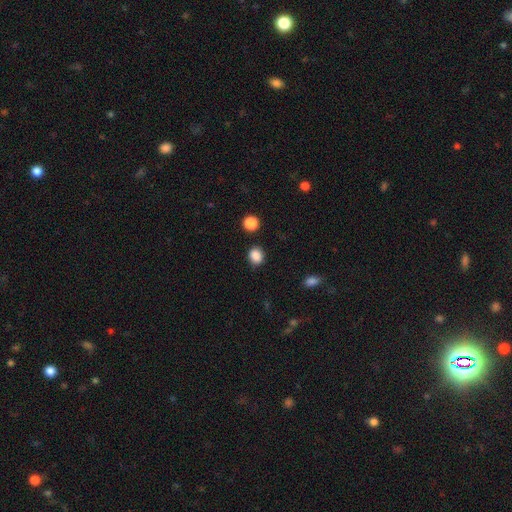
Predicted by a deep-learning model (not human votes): smooth 87%, star or artifact 10%, featured or disk 3%. Down the decision tree: how rounded — round (59%); merging — none (84%).